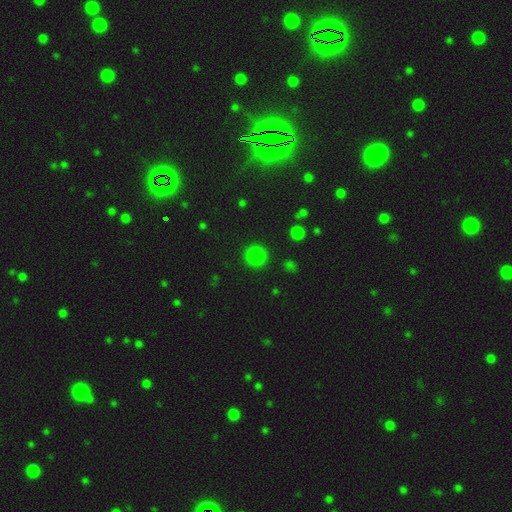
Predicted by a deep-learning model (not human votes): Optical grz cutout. It shows a smooth galaxy with no disk features (83%) that is round (94%). Merging: none (90%).